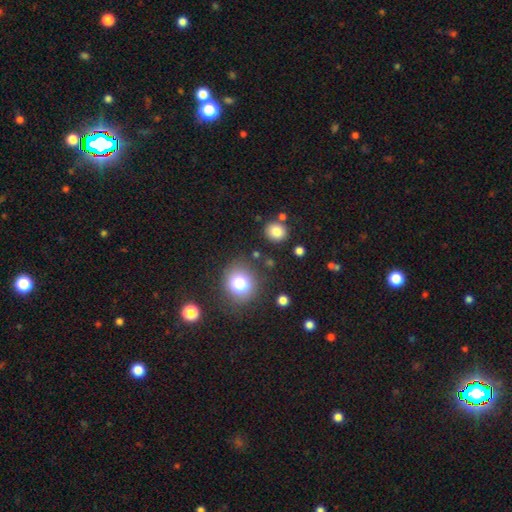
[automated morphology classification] type=smooth (70%); roundness=round (82%); merging=none (81%).